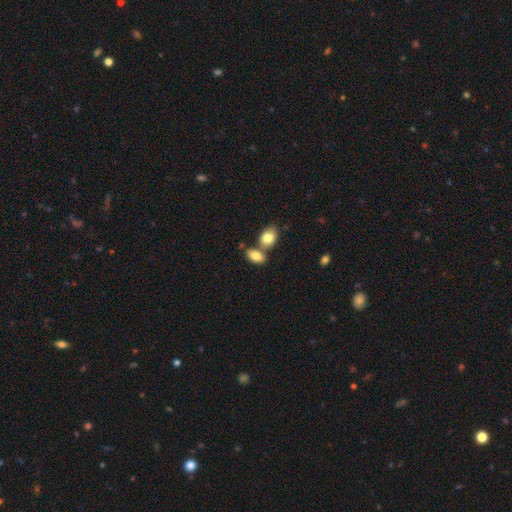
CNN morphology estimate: A smooth galaxy with no disk features (83%) that is in between round and cigar-shaped (88%).

Vote fractions:
- Smooth or featured? smooth: 83% / featured or disk: 10% / star or artifact: 7%
- How rounded? in between: 88% / round: 10% / cigar-shaped: 2%
- Merging? none: 47% / merger: 40% / minor disturbance: 10% / major disturbance: 3%